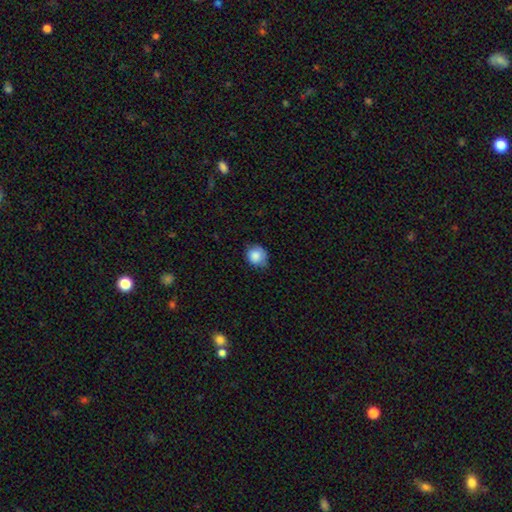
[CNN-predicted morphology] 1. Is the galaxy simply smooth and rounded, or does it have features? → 85% smooth, 8% star or artifact, 7% featured or disk.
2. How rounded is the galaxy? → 79% round, 21% in between, 1% cigar-shaped.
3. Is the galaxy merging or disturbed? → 63% none, 31% minor disturbance, 5% major disturbance, 1% merger.